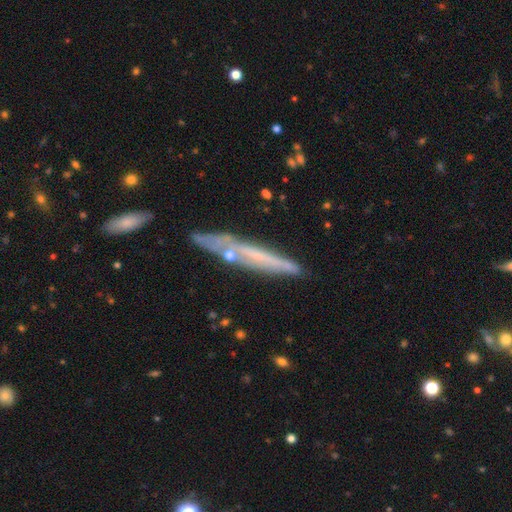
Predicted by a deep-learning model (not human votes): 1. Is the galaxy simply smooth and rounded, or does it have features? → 55% featured or disk, 37% smooth, 8% star or artifact.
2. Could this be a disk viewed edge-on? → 83% yes, 17% no.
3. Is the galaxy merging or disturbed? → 74% none, 16% minor disturbance, 6% merger, 4% major disturbance.